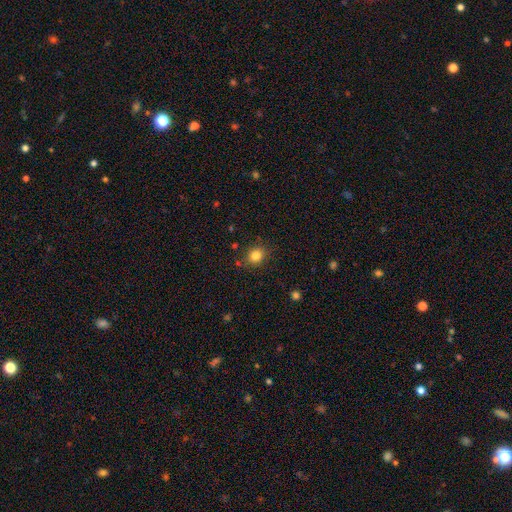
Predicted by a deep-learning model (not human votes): This is clearly a smooth galaxy (83%). How rounded: likely round (70%). Merging: clearly none (84%).